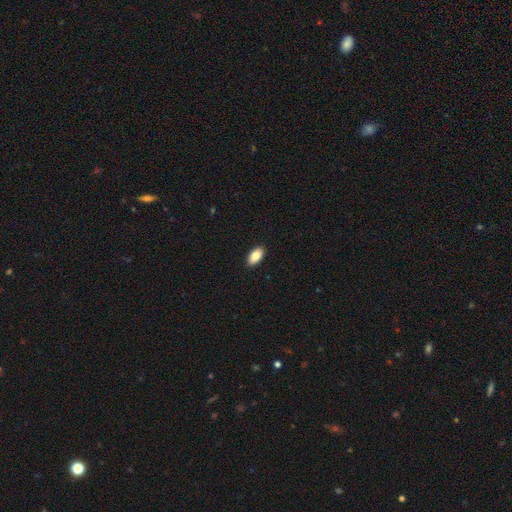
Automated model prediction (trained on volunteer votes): Smooth or featured?
  - smooth: 84% *
  - featured or disk: 9%
  - star or artifact: 7%
How rounded?
  - in between: 93% *
  - cigar-shaped: 3%
  - round: 3%
Merging?
  - none: 90% *
  - minor disturbance: 7%
  - major disturbance: 2%
  - merger: 1%